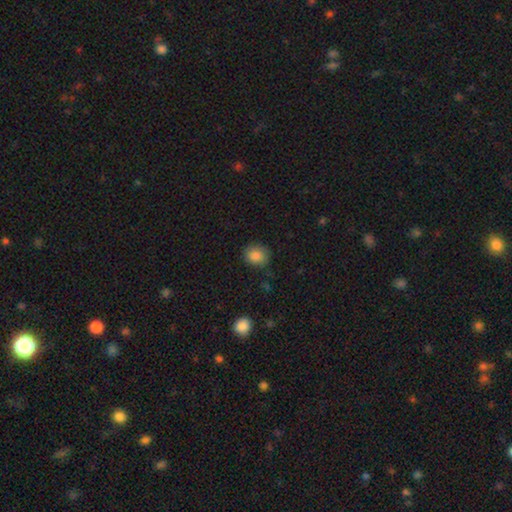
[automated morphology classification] A smooth galaxy with no disk features (86%) that is round (69%).

Vote fractions:
- Smooth or featured? smooth: 86% / star or artifact: 9% / featured or disk: 5%
- How rounded? round: 69% / in between: 30% / cigar-shaped: 1%
- Merging? none: 81% / minor disturbance: 15% / major disturbance: 3% / merger: 1%